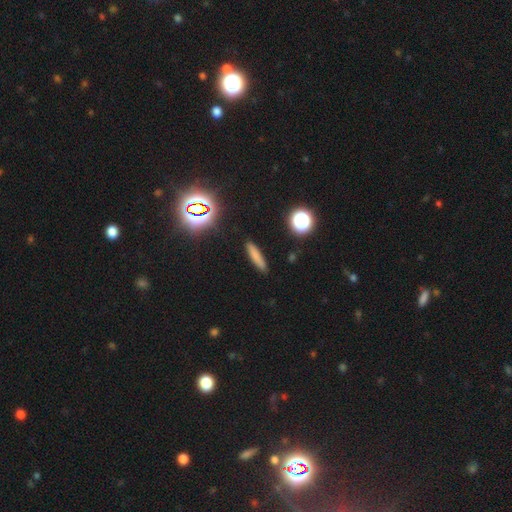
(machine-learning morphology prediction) This appears to be a smooth galaxy with no disk features (73%) that is cigar-shaped (85%). Merging: none (88%).